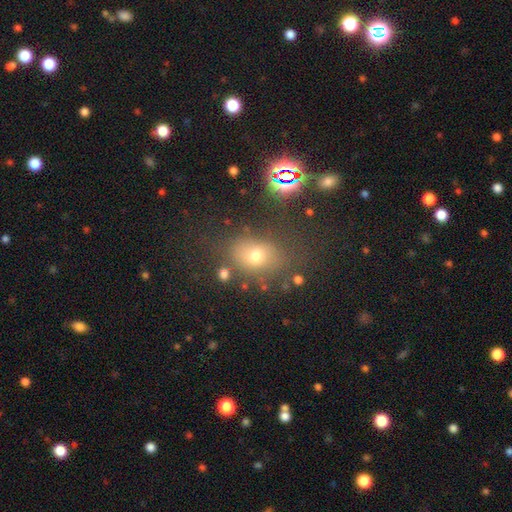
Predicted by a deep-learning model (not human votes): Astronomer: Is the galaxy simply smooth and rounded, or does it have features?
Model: smooth — 64%.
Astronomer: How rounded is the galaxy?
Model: in between — 59% (runner-up: round, 39%).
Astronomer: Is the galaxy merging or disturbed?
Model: none — 70%.